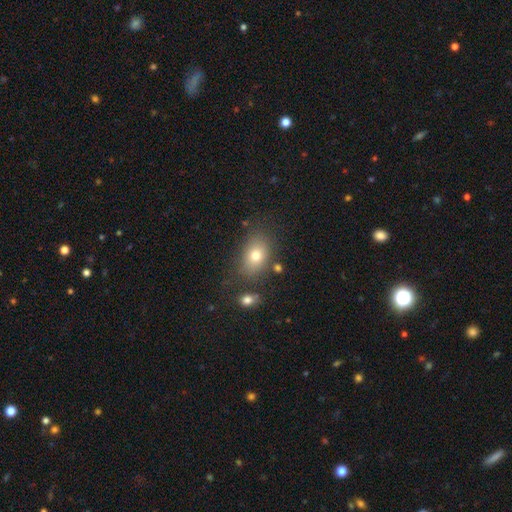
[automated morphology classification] smooth-or-featured: smooth: 75% | featured or disk: 14% | star or artifact: 11%
  how-rounded: in between: 76% | round: 23% | cigar-shaped: 1%
  merging: none: 73% | minor disturbance: 16% | major disturbance: 6% | merger: 6%